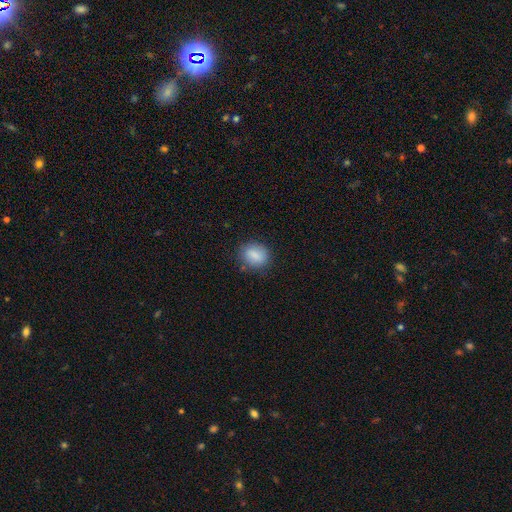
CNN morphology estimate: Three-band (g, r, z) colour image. It shows a smooth galaxy with no disk features (84%) that is round (50%). Merging: none (81%).